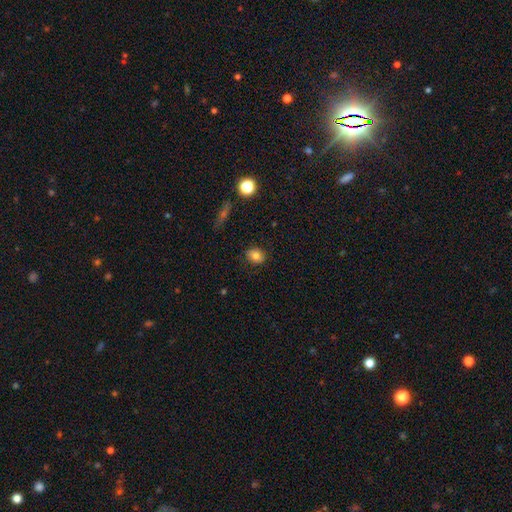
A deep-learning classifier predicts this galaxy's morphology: smooth_or_featured: smooth (p=0.79) [alt: star or artifact p=0.11]
how_rounded: round (p=0.64) [alt: in between p=0.35]
merging: none (p=0.85) [alt: minor disturbance p=0.11]